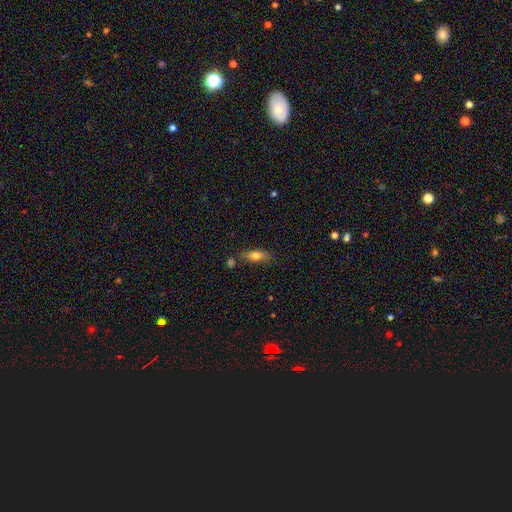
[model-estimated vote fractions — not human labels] The model was most divided on "how rounded": in between: 68%, cigar-shaped: 28%, round: 4%. More confident: merging — none (74%); smooth or featured — smooth (71%).